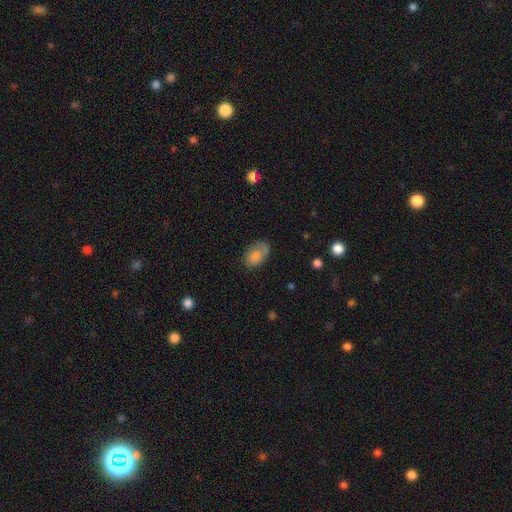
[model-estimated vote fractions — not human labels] Smooth or featured? Predicted: smooth (p=0.78). How rounded? Predicted: in between (p=0.88). Merging? Predicted: none (p=0.58).